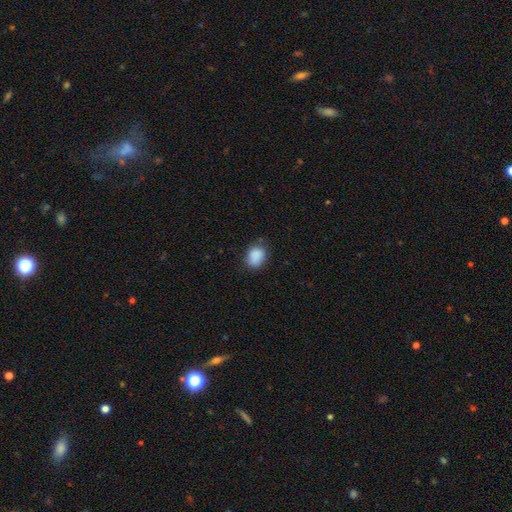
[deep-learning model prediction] Smooth or featured?
  - smooth: 88% *
  - star or artifact: 8%
  - featured or disk: 4%
How rounded?
  - in between: 66% *
  - round: 33%
  - cigar-shaped: 1%
Merging?
  - none: 74% *
  - minor disturbance: 20%
  - major disturbance: 4%
  - merger: 1%